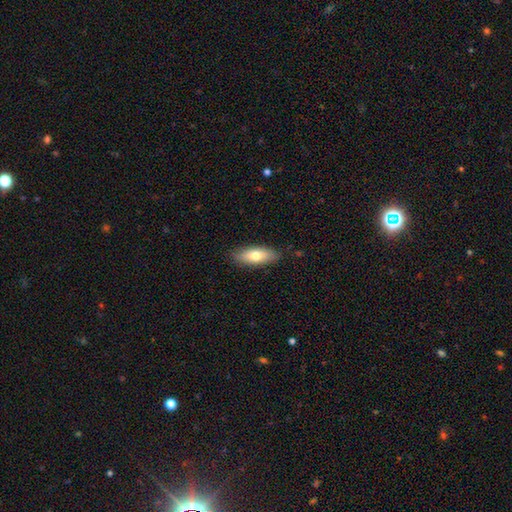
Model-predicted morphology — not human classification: This appears to be a smooth galaxy with no disk features (70%) that is in between round and cigar-shaped (70%). Merging: none (86%).